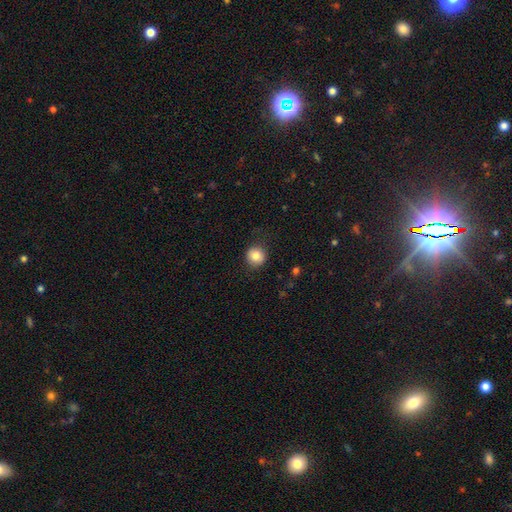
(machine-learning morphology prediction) smooth_or_featured: smooth (p=0.82) [alt: star or artifact p=0.09]
how_rounded: round (p=0.91) [alt: in between p=0.08]
merging: none (p=0.85) [alt: minor disturbance p=0.11]